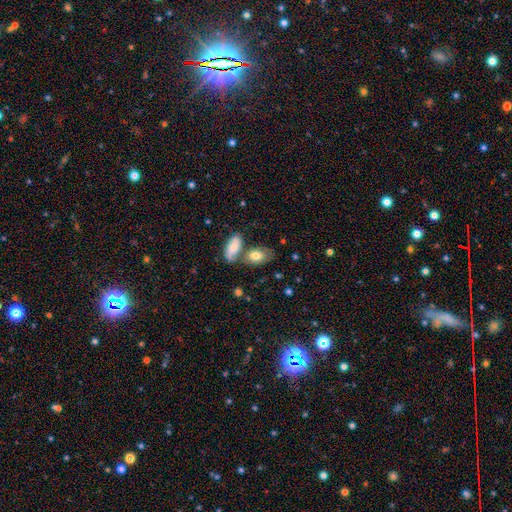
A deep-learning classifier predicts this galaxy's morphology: A smooth galaxy with no disk features (78%) that is in between round and cigar-shaped (90%). Merging: none (52%).